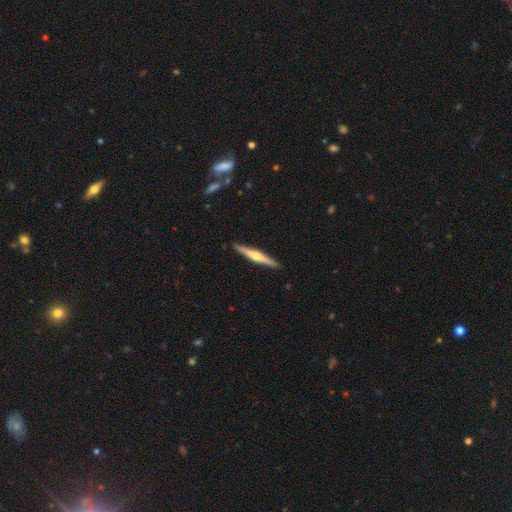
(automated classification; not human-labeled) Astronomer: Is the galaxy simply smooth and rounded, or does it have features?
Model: featured or disk — 66%.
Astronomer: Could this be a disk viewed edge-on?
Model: yes — 98%.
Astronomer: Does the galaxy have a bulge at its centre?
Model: rounded — 82%.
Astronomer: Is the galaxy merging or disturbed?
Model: none — 91%.